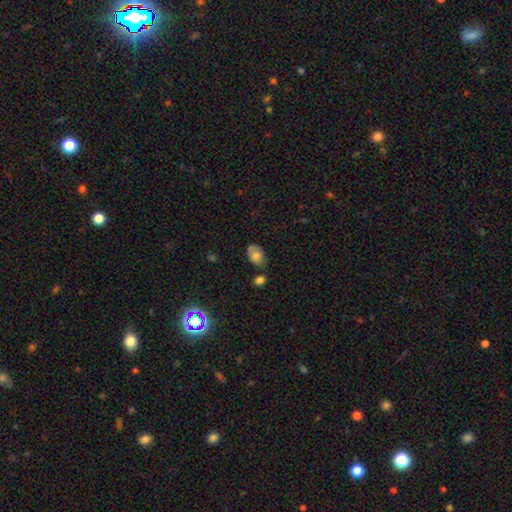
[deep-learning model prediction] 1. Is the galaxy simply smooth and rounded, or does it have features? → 77% smooth, 14% featured or disk, 9% star or artifact.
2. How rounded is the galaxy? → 88% in between, 10% round, 1% cigar-shaped.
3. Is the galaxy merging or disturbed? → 64% none, 23% minor disturbance, 7% merger, 5% major disturbance.